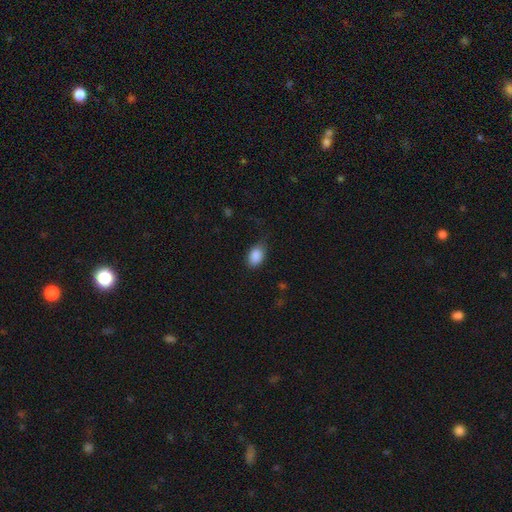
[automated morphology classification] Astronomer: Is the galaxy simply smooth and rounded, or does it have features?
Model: smooth — 88%.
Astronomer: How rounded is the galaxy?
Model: in between — 84%.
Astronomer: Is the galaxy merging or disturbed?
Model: none — 68%.